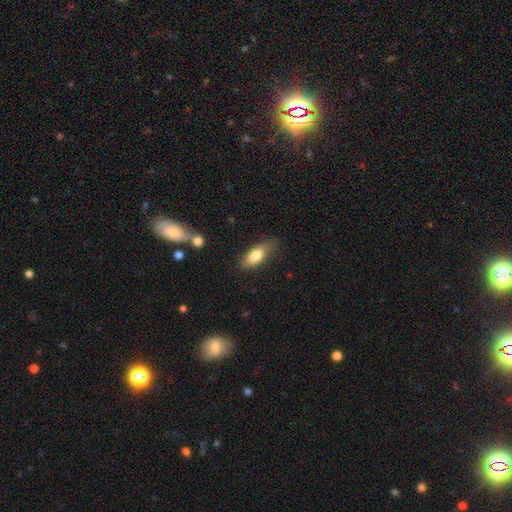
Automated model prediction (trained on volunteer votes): A smooth galaxy with no disk features (77%) that is in between round and cigar-shaped (75%). Merging: none (70%).